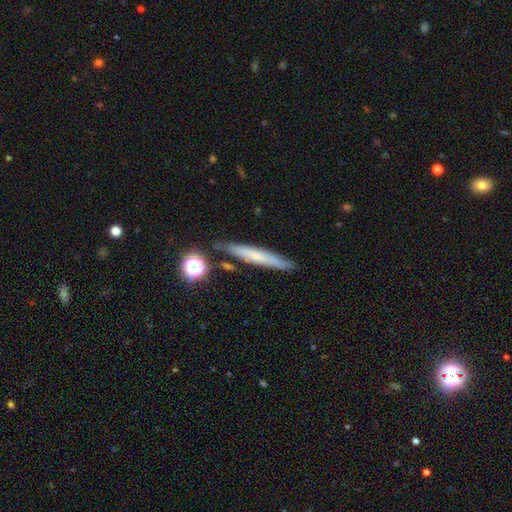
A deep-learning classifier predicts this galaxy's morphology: type=smooth (57%); roundness=cigar-shaped (93%); merging=none (82%).